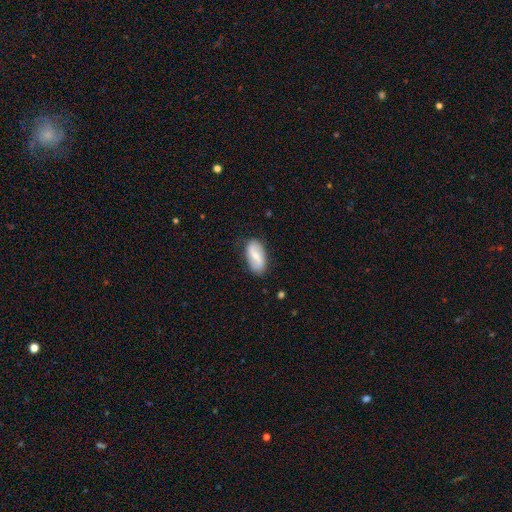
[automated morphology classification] Overall: featured or disk (53%; smooth 41%). Edge-on disk: no (94%). Merging: none (82%).